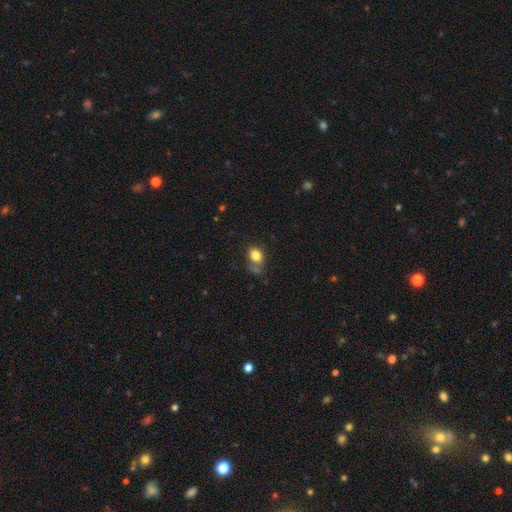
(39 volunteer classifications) Smooth or featured? 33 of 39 (85%) said smooth. How rounded? 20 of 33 (61%) said in between. Merging? 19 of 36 (53%) said none.